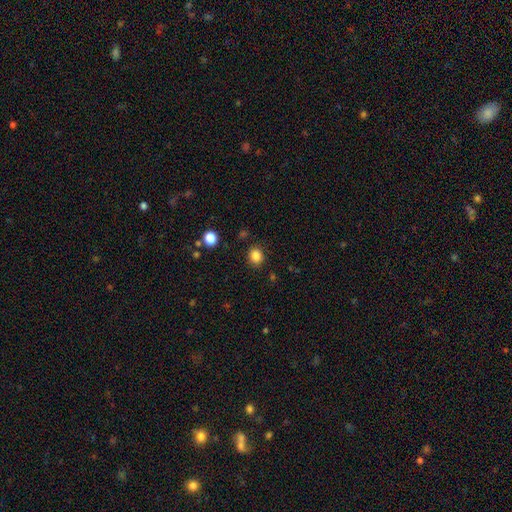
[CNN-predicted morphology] smooth_or_featured: smooth (p=0.85) [alt: star or artifact p=0.11]
how_rounded: round (p=0.73) [alt: in between p=0.27]
merging: none (p=0.87) [alt: minor disturbance p=0.09]